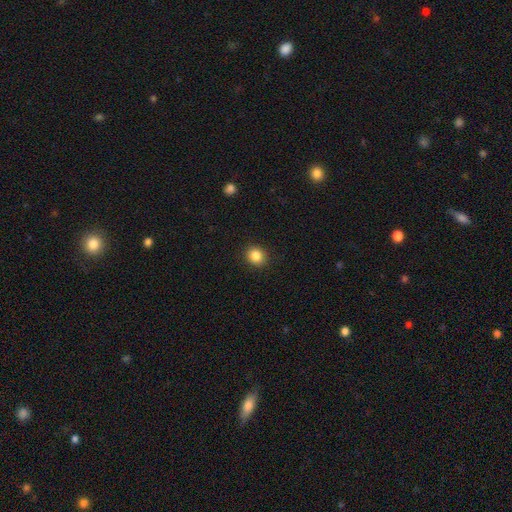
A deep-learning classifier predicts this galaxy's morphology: A smooth galaxy with no disk features (86%) that is round (81%). Merging: none (91%).